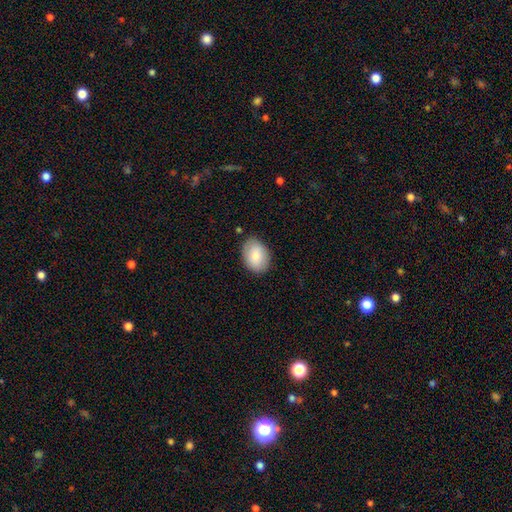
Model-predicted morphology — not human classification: Q: Smooth or featured?
A: smooth (83%); runner-up: featured or disk (10%)
Q: How rounded?
A: in between (81%); runner-up: round (18%)
Q: Merging?
A: none (84%); runner-up: minor disturbance (12%)